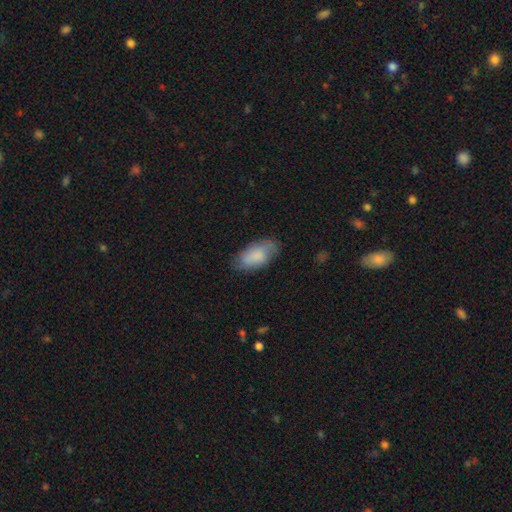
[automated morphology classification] The model was most divided on "merging": none: 75%, minor disturbance: 19%, major disturbance: 4%, merger: 1%. More confident: how rounded — in between (93%); smooth or featured — smooth (81%).